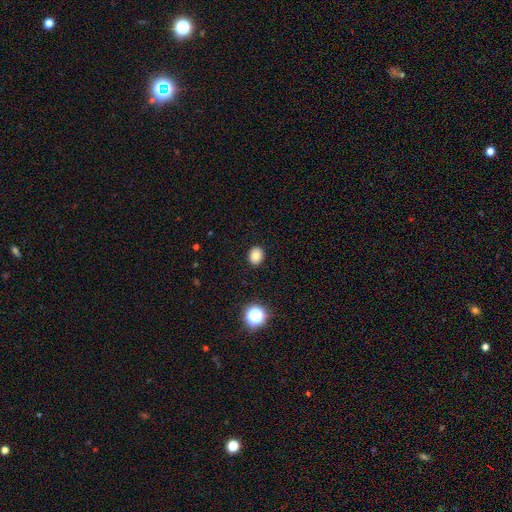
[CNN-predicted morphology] type=smooth (81%); roundness=round (55%); merging=none (90%).